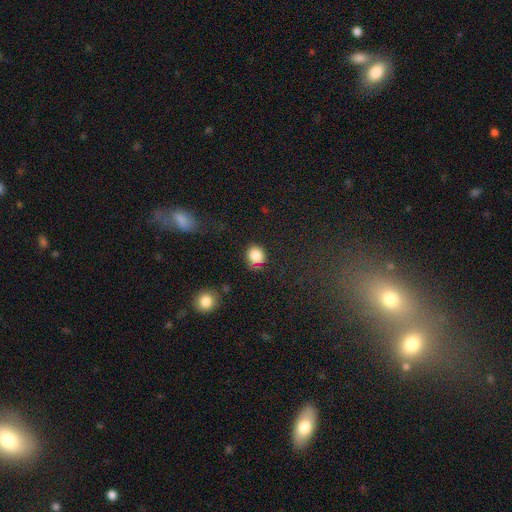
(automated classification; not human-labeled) A smooth galaxy with no disk features (85%) that is round (75%). Merging: none (71%).